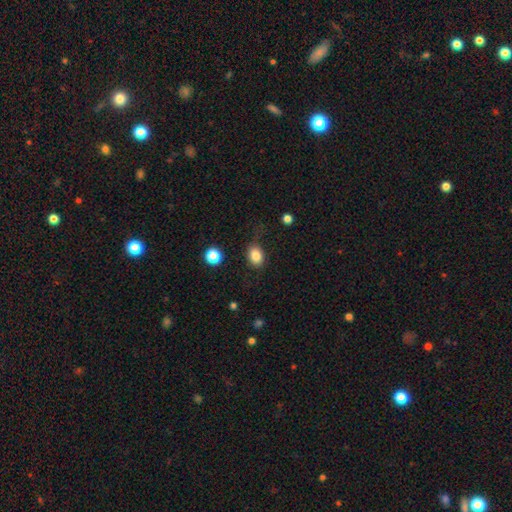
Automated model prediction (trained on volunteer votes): This is clearly a smooth galaxy (85%). How rounded: likely in between (62%). Merging: likely none (72%).